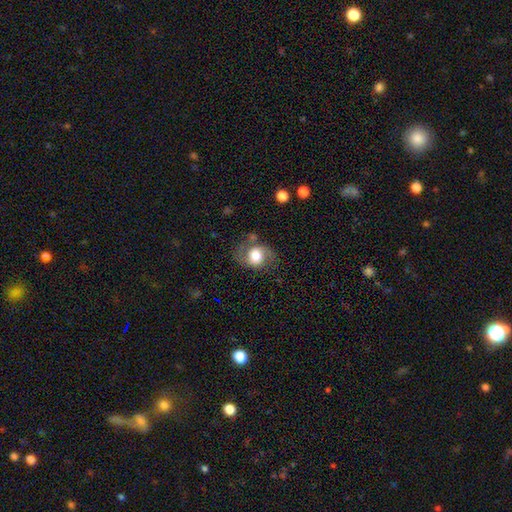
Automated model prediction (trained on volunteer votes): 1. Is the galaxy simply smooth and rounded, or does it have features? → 47% smooth, 44% featured or disk, 8% star or artifact.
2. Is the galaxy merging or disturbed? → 65% none, 21% minor disturbance, 11% major disturbance, 3% merger.